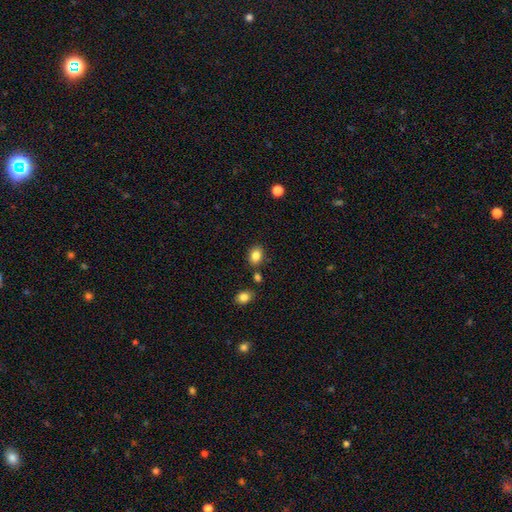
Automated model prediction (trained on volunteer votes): Smooth or featured?
  - smooth: 84% *
  - star or artifact: 10%
  - featured or disk: 6%
How rounded?
  - in between: 63% *
  - round: 36%
  - cigar-shaped: 1%
Merging?
  - none: 79% *
  - minor disturbance: 11%
  - merger: 7%
  - major disturbance: 3%